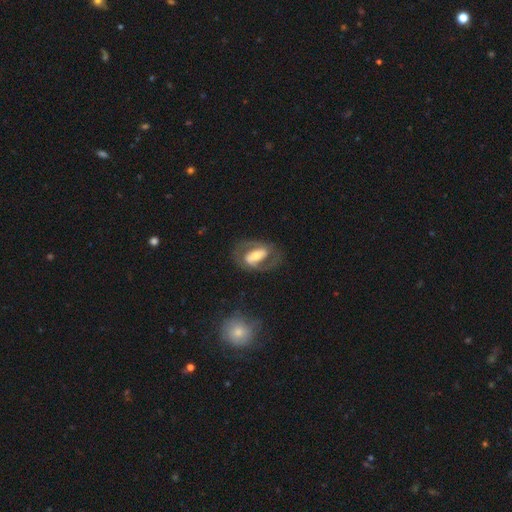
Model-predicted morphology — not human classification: featured or disk 77%, smooth 18%, star or artifact 6%. Down the decision tree: edge-on disk — no (95%); bar — strong (51%); spiral arms — yes (82%); spiral arm count — 2 (85%); spiral winding — medium (51%); bulge size — moderate (55%); merging — none (72%).